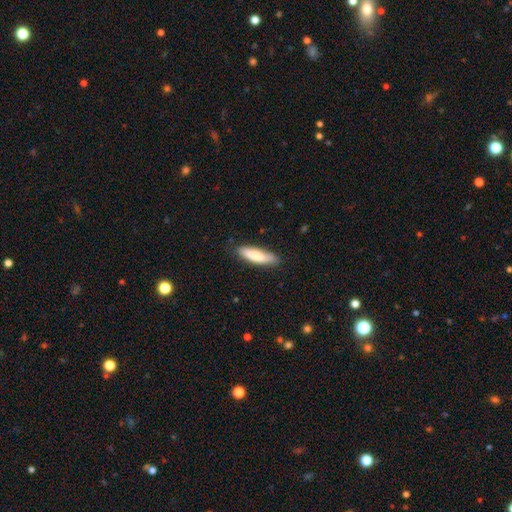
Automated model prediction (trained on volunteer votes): Smooth or featured?
  - smooth: 80% *
  - featured or disk: 15%
  - star or artifact: 5%
How rounded?
  - cigar-shaped: 63% *
  - in between: 36%
  - round: 1%
Merging?
  - none: 81% *
  - minor disturbance: 15%
  - major disturbance: 2%
  - merger: 1%